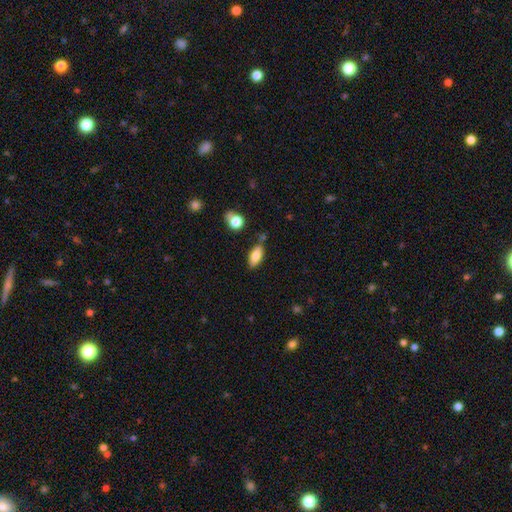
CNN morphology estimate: Overall: smooth (81%). How rounded: in between (83%). Merging: none (72%).